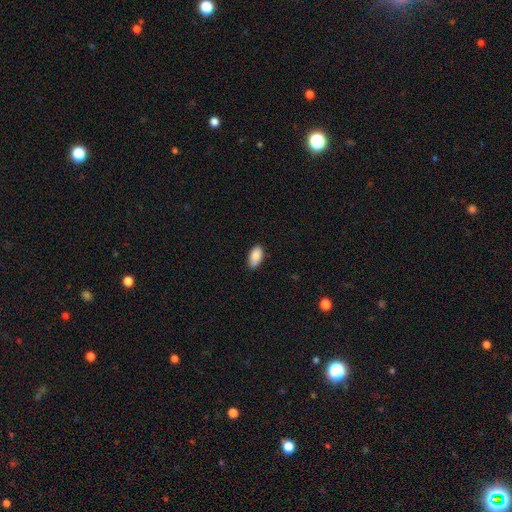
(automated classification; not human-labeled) The model was most divided on "merging": none: 80%, minor disturbance: 16%, major disturbance: 2%, merger: 1%. More confident: how rounded — in between (94%); smooth or featured — smooth (88%).